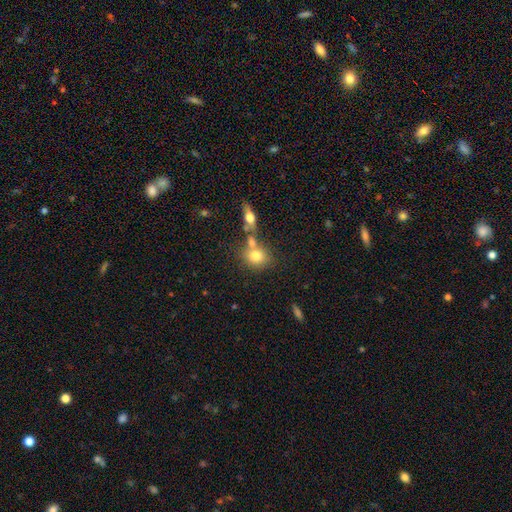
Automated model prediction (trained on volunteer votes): smooth 74%, featured or disk 16%, star or artifact 10%. Down the decision tree: how rounded — round (62%); merging — none (48%).